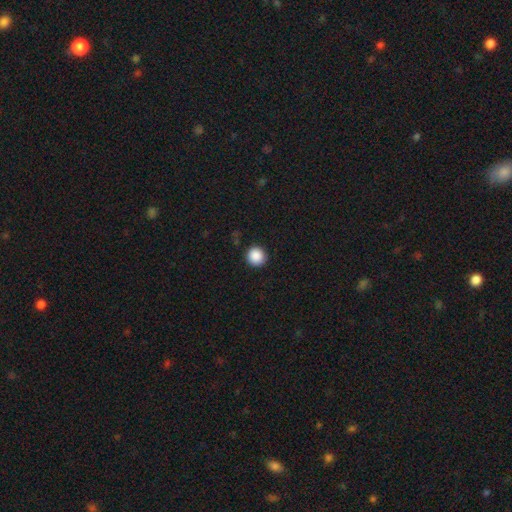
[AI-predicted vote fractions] Smooth or featured: smooth — 88% (star or artifact — 9%)
How rounded: round — 94% (in between — 5%)
Merging: none — 91% (minor disturbance — 6%)